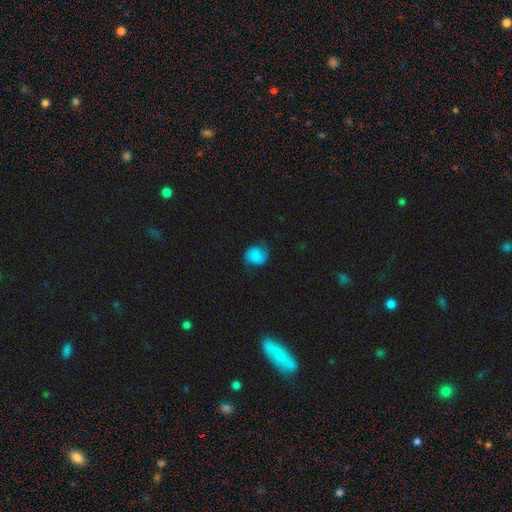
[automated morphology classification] A smooth galaxy with no disk features (60%) that is round (71%). Merging: none (70%).